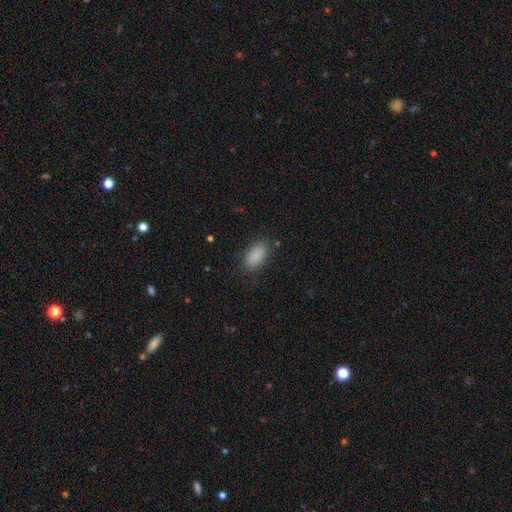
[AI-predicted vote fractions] smooth 88%, star or artifact 7%, featured or disk 4%. Down the decision tree: how rounded — in between (93%); merging — none (82%).